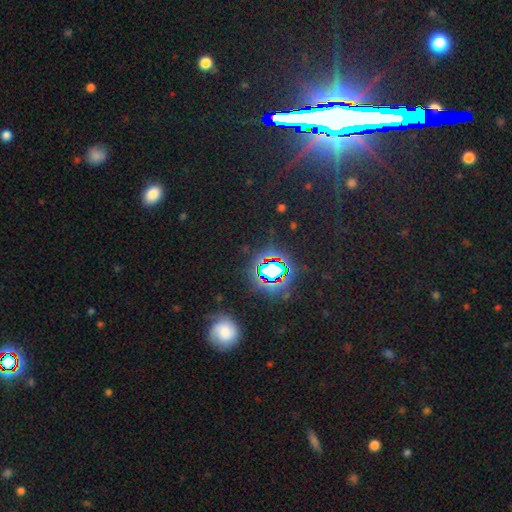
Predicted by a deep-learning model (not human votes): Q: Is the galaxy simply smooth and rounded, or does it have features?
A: star or artifact — 74%.